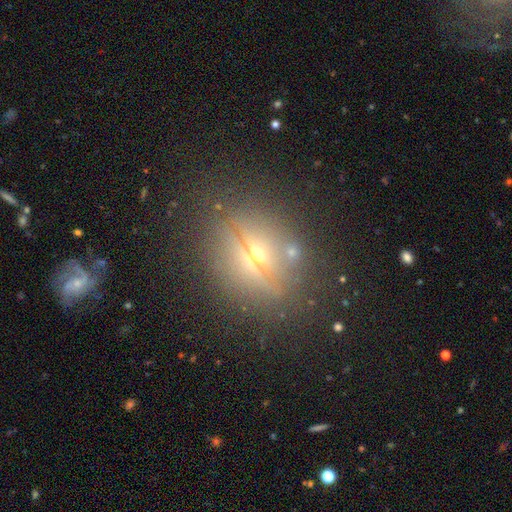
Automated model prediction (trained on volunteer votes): Morphology: type=featured or disk (55%); edge-on=yes (66%); merging=none (79%).